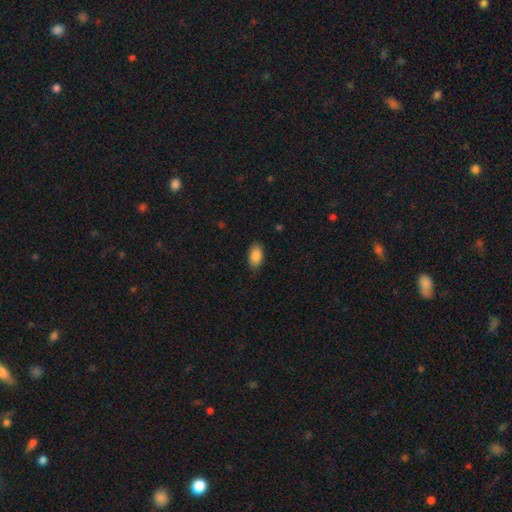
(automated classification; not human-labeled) The model was most divided on "merging": none: 84%, minor disturbance: 12%, major disturbance: 3%, merger: 1%. More confident: how rounded — in between (93%); smooth or featured — smooth (88%).